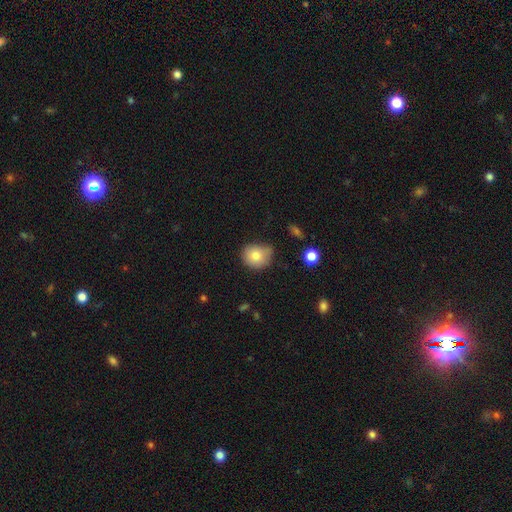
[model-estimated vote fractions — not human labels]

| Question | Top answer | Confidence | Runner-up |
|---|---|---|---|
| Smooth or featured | smooth | 79% | featured or disk (11%) |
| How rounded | round | 72% | in between (27%) |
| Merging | none | 58% | minor disturbance (31%) |